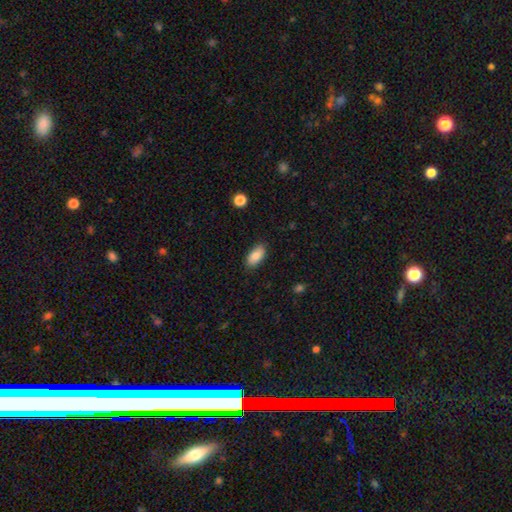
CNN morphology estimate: Smooth or featured? smooth (86%)
How rounded? in between (92%)
Merging? none (86%)